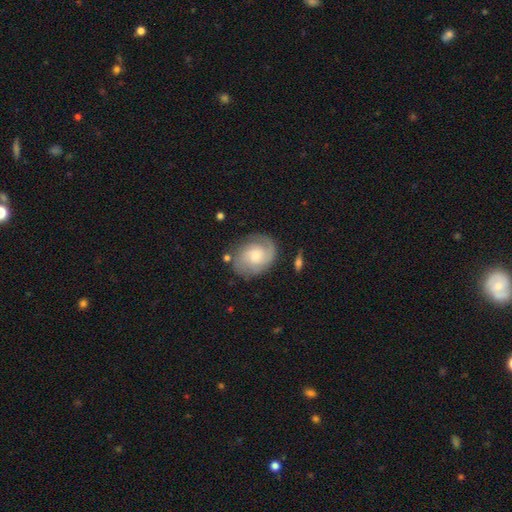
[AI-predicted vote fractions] A featured or disk galaxy (73%) with no bar (63%), 2 (61%) medium (42%) spiral arms (94%) and a small central bulge (47%). Merging: none (71%).